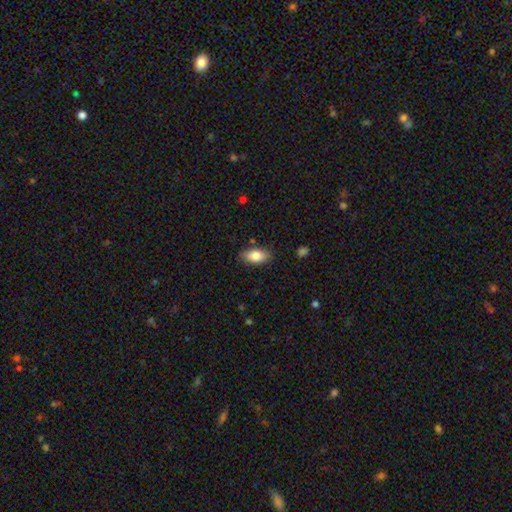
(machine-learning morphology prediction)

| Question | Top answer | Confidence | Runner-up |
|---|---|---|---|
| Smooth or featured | smooth | 82% | featured or disk (11%) |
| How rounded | in between | 91% | cigar-shaped (6%) |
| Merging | none | 85% | minor disturbance (11%) |